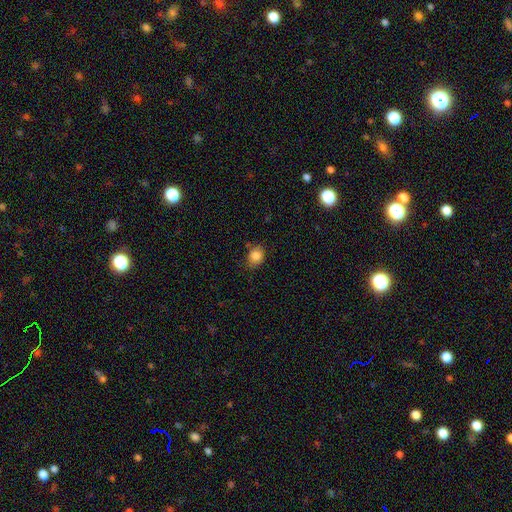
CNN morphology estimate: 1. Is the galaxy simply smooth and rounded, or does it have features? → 85% smooth, 10% star or artifact, 5% featured or disk.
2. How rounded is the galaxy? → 55% round, 44% in between, 1% cigar-shaped.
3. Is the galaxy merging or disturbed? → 73% none, 21% minor disturbance, 4% major disturbance, 2% merger.